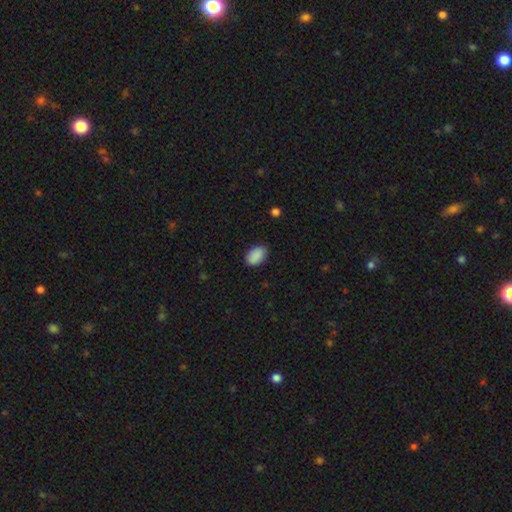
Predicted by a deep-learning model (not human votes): A smooth galaxy with no disk features (89%) that is in between round and cigar-shaped (89%).

Vote fractions:
- Smooth or featured? smooth: 89% / star or artifact: 7% / featured or disk: 3%
- How rounded? in between: 89% / round: 10% / cigar-shaped: 1%
- Merging? none: 84% / minor disturbance: 13% / major disturbance: 2% / merger: 1%